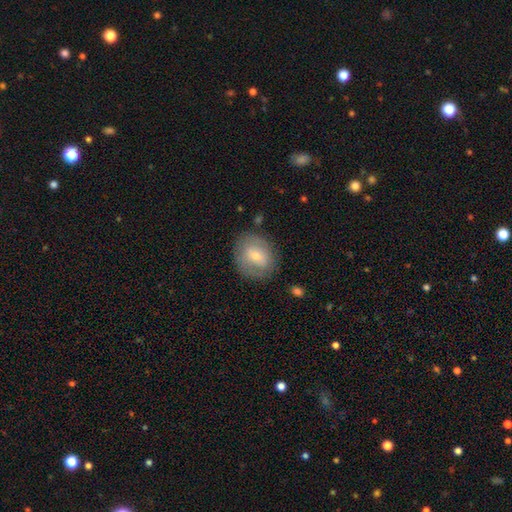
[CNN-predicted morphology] Smooth or featured: smooth — 58% (featured or disk — 34%)
How rounded: round — 65% (in between — 34%)
Merging: none — 79% (minor disturbance — 14%)